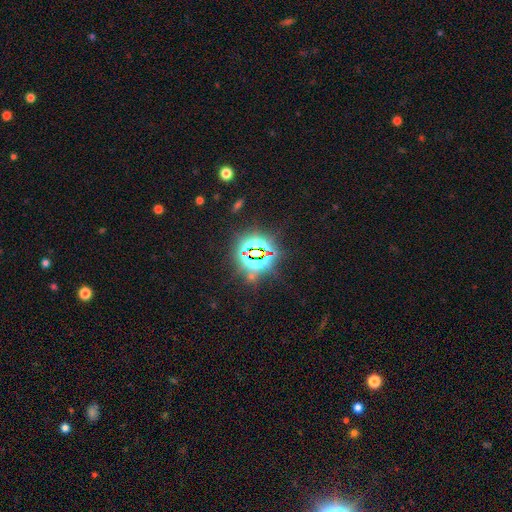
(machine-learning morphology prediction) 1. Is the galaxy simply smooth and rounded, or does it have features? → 80% star or artifact, 13% smooth, 7% featured or disk.